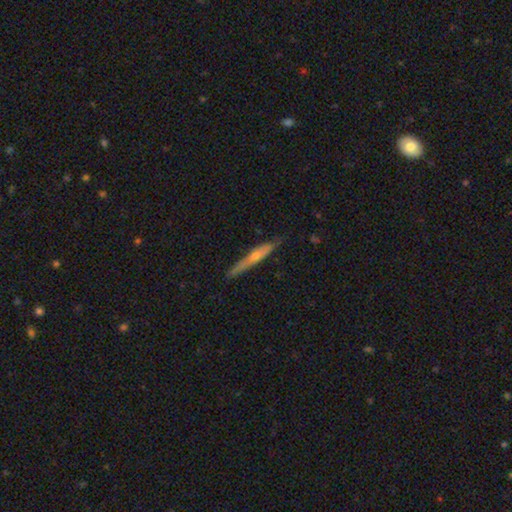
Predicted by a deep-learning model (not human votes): This is possibly a featured or disk galaxy (55%). It is clearly viewed edge-on (94%). Edge-on bulge: likely rounded (68%). Merging: clearly none (83%).